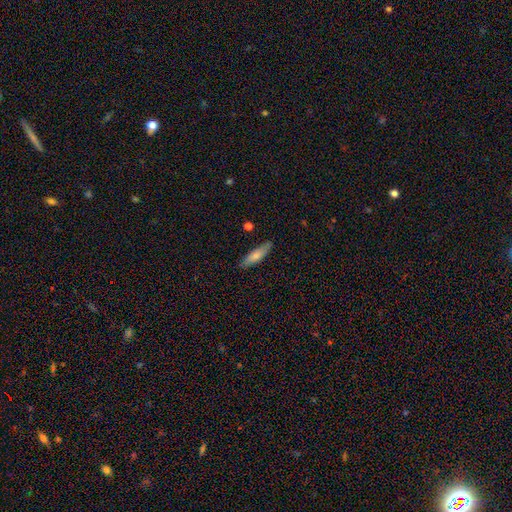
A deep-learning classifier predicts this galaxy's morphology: This appears to be a smooth galaxy with no disk features (73%) that is cigar-shaped (67%). Merging: none (82%).